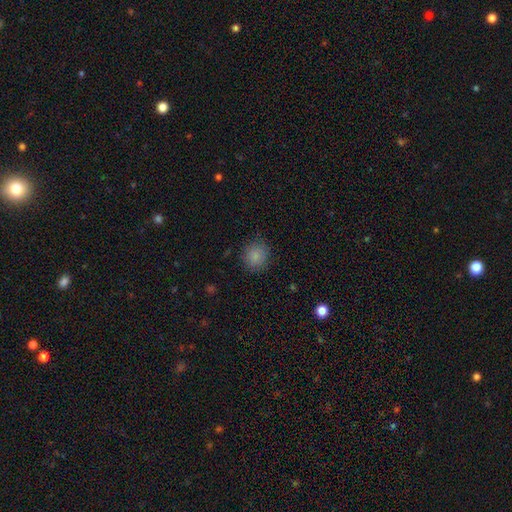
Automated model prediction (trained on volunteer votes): This appears to be a smooth galaxy with no disk features (85%) that is round (83%). Merging: none (85%).